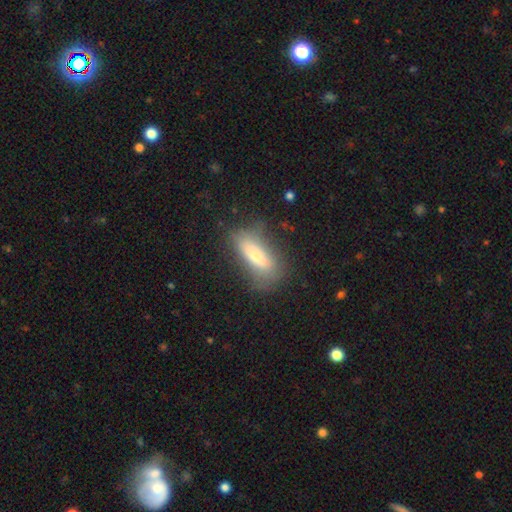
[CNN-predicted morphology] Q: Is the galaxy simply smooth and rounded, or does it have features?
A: smooth — 63%.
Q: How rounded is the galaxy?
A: in between — 57%.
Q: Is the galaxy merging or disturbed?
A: none — 66%.